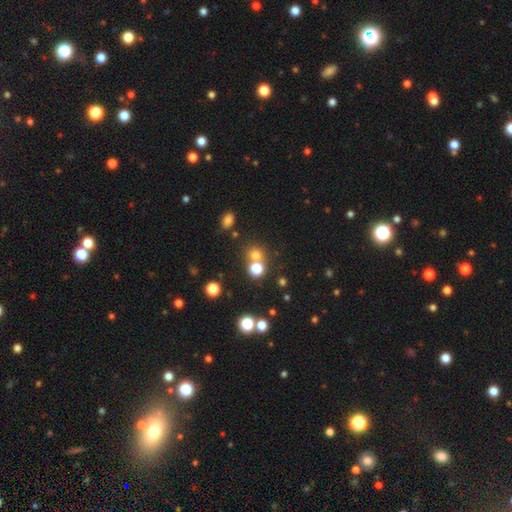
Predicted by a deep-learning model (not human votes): Morphology: type=smooth (68%); roundness=round (84%); merging=none (59%).